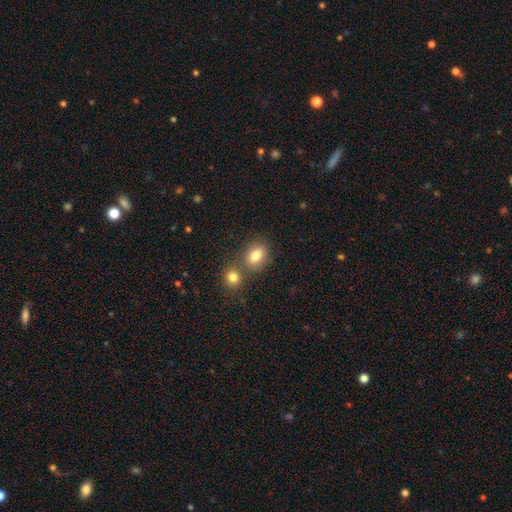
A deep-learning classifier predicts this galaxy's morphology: Smooth or featured: smooth — 80% (star or artifact — 10%)
How rounded: in between — 61% (round — 38%)
Merging: none — 58% (merger — 28%)